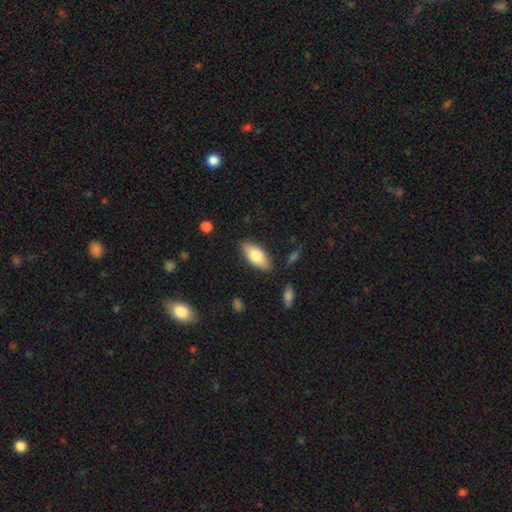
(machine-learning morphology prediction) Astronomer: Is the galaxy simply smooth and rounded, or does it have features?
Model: smooth — 76%.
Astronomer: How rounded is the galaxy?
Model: in between — 88%.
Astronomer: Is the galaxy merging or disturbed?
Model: none — 85%.